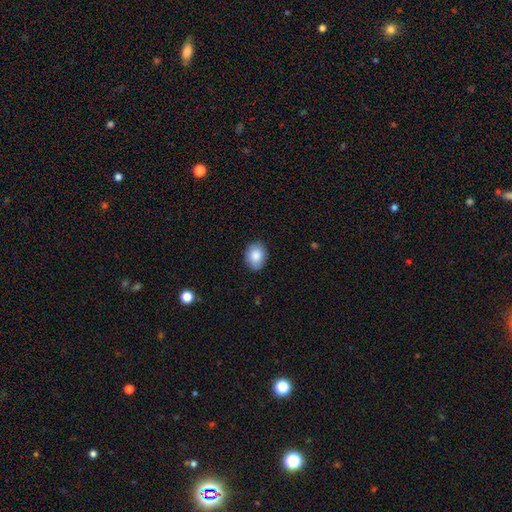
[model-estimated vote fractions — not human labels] This is clearly a smooth galaxy (85%). How rounded: likely in between (64%). Merging: clearly none (84%).